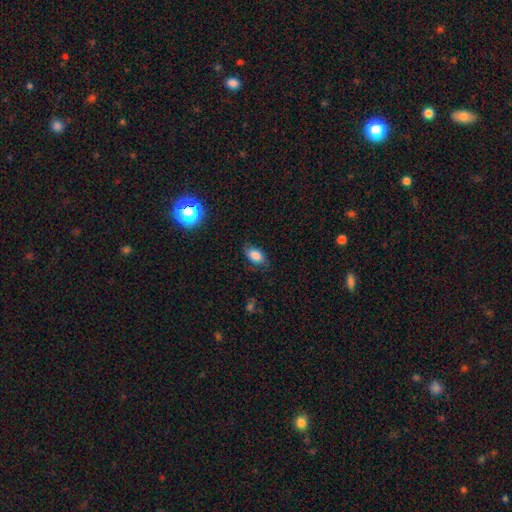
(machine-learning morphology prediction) smooth 78%, featured or disk 13%, star or artifact 9%. Down the decision tree: how rounded — in between (90%); merging — none (73%).